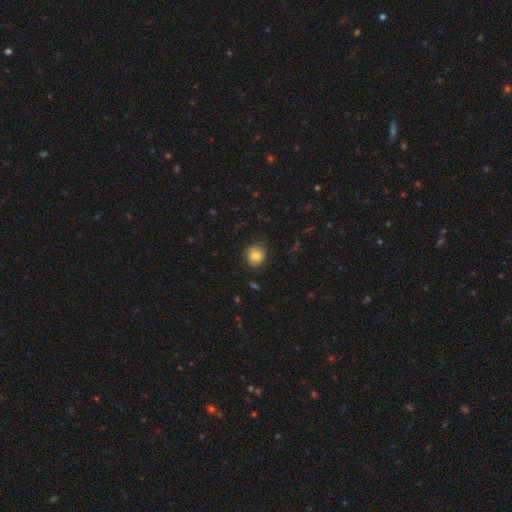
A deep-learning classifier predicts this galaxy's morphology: smooth 82%, star or artifact 9%, featured or disk 8%. Down the decision tree: how rounded — round (86%); merging — none (76%).